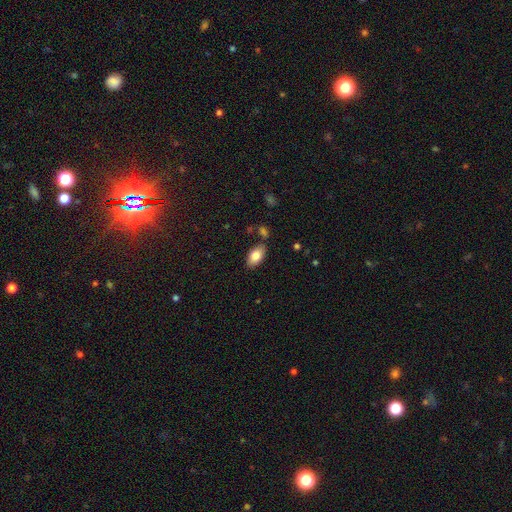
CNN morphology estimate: smooth-or-featured: smooth: 82% | featured or disk: 11% | star or artifact: 7%
  how-rounded: in between: 93% | round: 4% | cigar-shaped: 3%
  merging: none: 80% | minor disturbance: 13% | merger: 5% | major disturbance: 3%